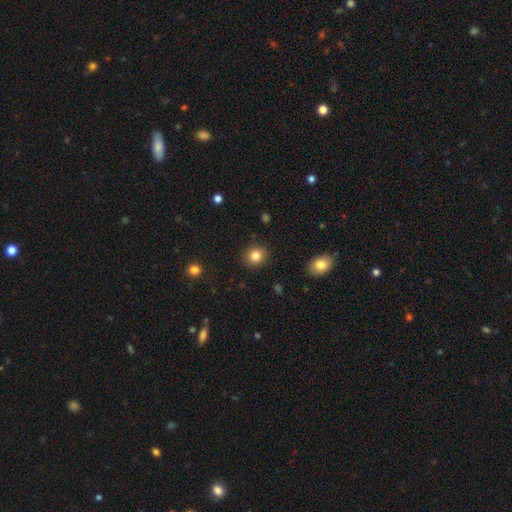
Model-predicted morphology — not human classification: Smooth or featured? smooth (85%)
How rounded? round (82%)
Merging? none (90%)